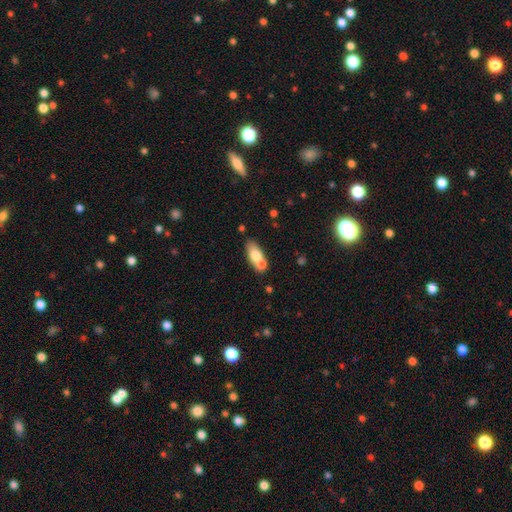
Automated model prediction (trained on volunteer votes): This is likely a smooth galaxy (70%). How rounded: likely in between (78%). Merging: marginally none (44%).